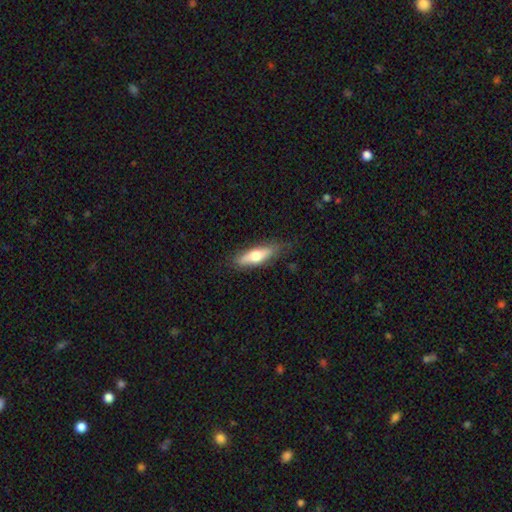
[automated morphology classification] smooth 62%, featured or disk 33%, star or artifact 6%. Down the decision tree: how rounded — cigar-shaped (51%); merging — none (76%).